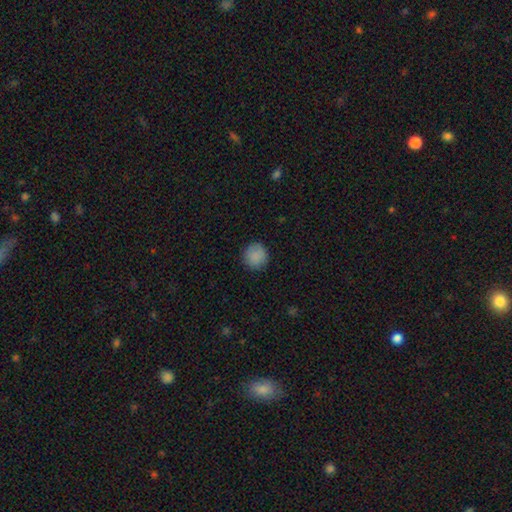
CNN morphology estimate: smooth 88%, star or artifact 8%, featured or disk 4%. Down the decision tree: how rounded — round (92%); merging — none (88%).